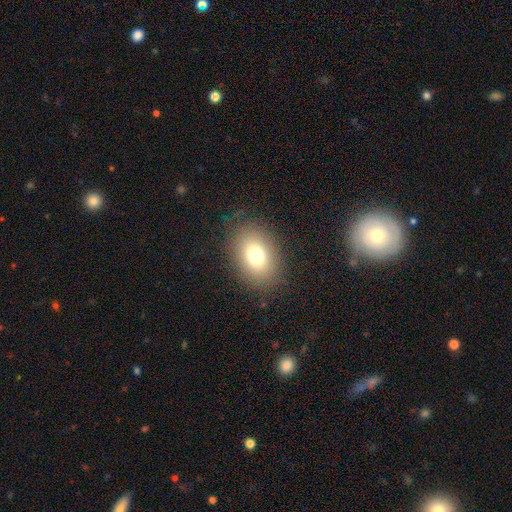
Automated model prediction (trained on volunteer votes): Smooth or featured: smooth — 76% (featured or disk — 13%)
How rounded: in between — 74% (round — 25%)
Merging: none — 84% (minor disturbance — 11%)